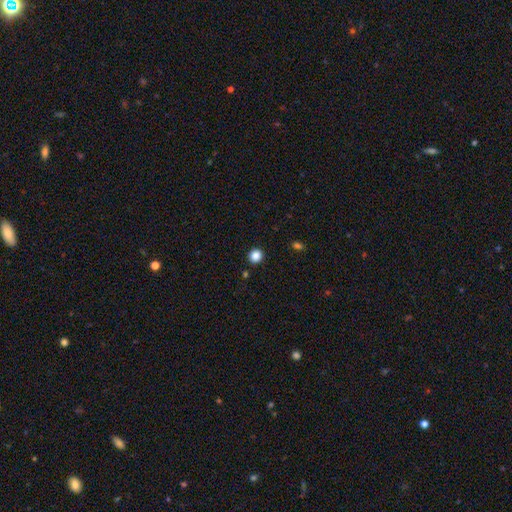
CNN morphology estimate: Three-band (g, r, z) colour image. It shows a smooth galaxy with no disk features (86%) that is round (92%). Merging: none (92%).